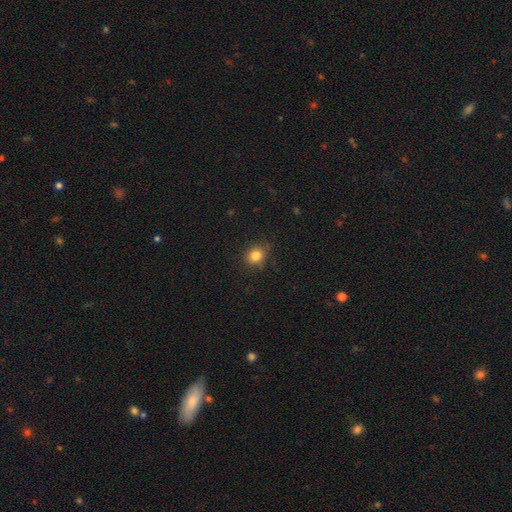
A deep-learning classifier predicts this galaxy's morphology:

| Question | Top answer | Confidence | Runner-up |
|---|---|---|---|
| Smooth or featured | smooth | 83% | star or artifact (12%) |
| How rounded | round | 77% | in between (22%) |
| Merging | none | 85% | minor disturbance (11%) |